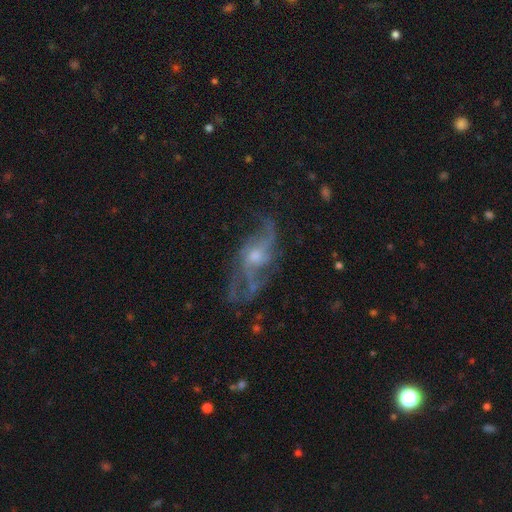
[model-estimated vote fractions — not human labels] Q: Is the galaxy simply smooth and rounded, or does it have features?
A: featured or disk — 82%.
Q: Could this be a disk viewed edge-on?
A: no — 94%.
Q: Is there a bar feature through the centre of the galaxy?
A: no — 64%.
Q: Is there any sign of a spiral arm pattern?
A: yes — 87%.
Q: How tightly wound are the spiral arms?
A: loose — 61%.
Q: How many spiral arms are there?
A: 2 — 42%.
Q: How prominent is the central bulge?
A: moderate — 48%.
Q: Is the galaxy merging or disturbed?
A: none — 52%.